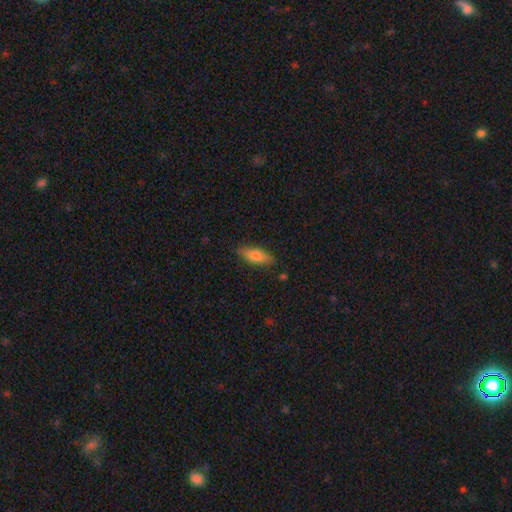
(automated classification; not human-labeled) This appears to be a smooth galaxy with no disk features (73%) that is in between round and cigar-shaped (66%). Merging: none (82%).